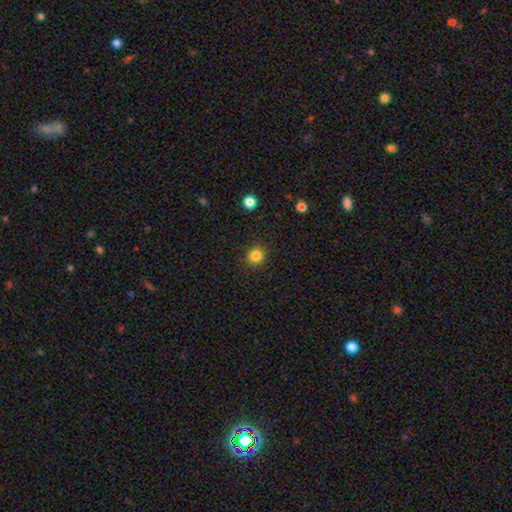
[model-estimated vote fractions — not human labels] Smooth or featured? smooth (84%)
How rounded? round (92%)
Merging? none (91%)